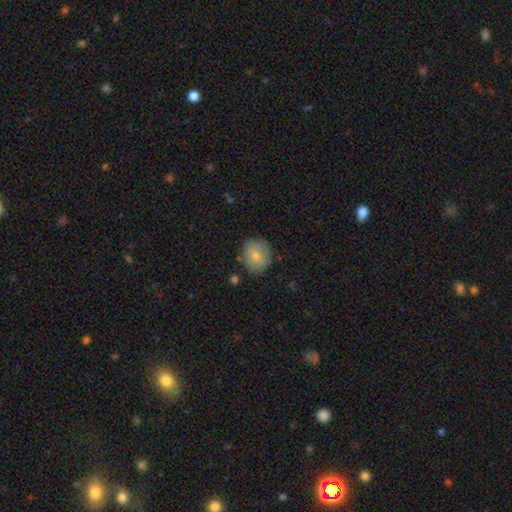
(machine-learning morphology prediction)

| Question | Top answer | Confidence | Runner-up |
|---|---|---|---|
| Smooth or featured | smooth | 76% | featured or disk (17%) |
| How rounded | round | 76% | in between (23%) |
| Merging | none | 79% | minor disturbance (15%) |